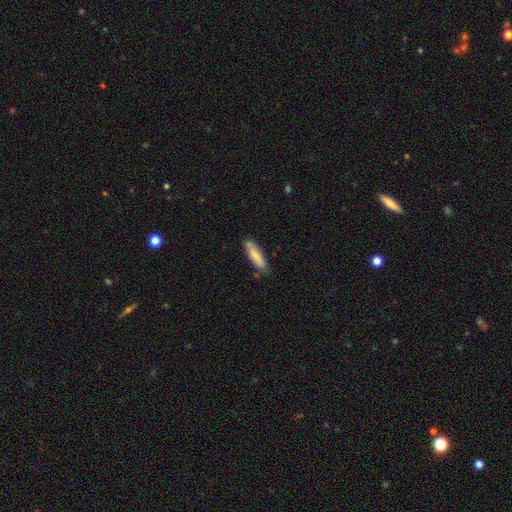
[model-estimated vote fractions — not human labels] smooth 77%, featured or disk 17%, star or artifact 6%. Down the decision tree: how rounded — cigar-shaped (62%); merging — none (75%).